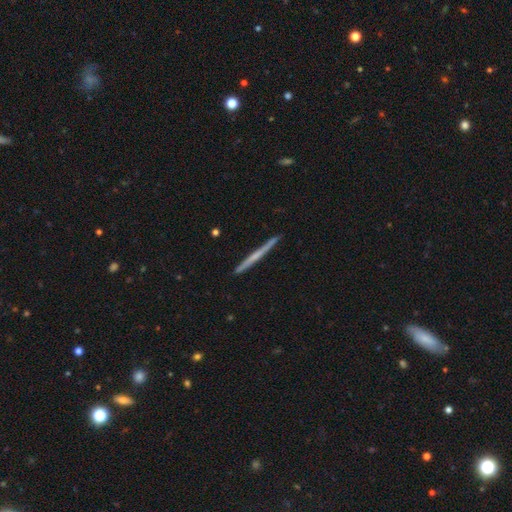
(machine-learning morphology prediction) A featured or disk galaxy (59%) viewed edge-on (98%) with no central bulge (70%).

Vote fractions:
- Smooth or featured? featured or disk: 59% / smooth: 35% / star or artifact: 6%
- Edge-on disk? yes: 98% / no: 2%
- Edge-on bulge? none: 70% / rounded: 23% / boxy: 7%
- Merging? none: 91% / minor disturbance: 6% / major disturbance: 1% / merger: 1%